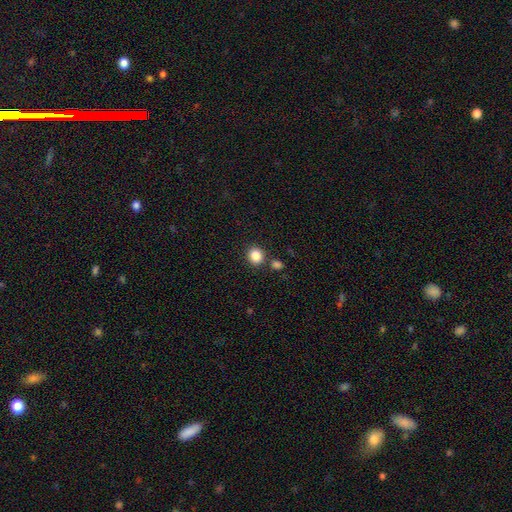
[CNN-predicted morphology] Overall: smooth (85%). How rounded: round (82%). Merging: none (79%).